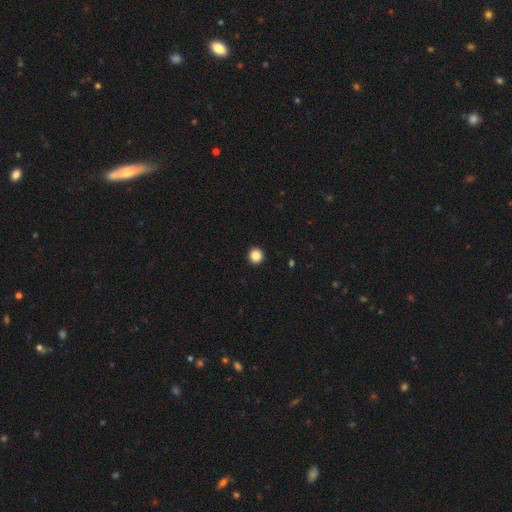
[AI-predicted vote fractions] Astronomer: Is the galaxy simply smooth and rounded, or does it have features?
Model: smooth — 86%.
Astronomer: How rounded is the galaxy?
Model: round — 96%.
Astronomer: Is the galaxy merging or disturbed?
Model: none — 94%.